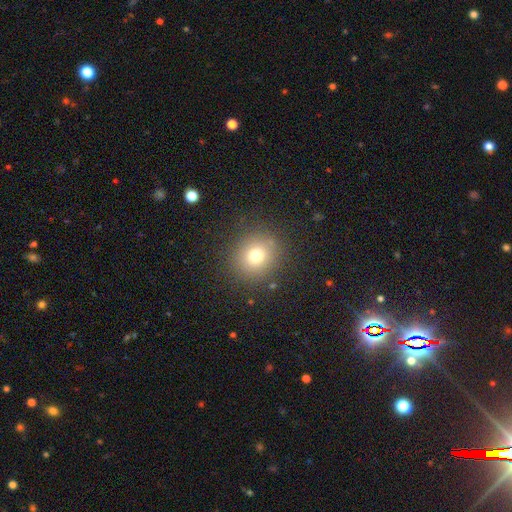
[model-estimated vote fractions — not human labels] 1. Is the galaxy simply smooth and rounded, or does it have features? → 74% smooth, 16% star or artifact, 11% featured or disk.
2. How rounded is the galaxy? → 87% round, 12% in between, 1% cigar-shaped.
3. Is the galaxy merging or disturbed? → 87% none, 8% minor disturbance, 4% major disturbance, 2% merger.